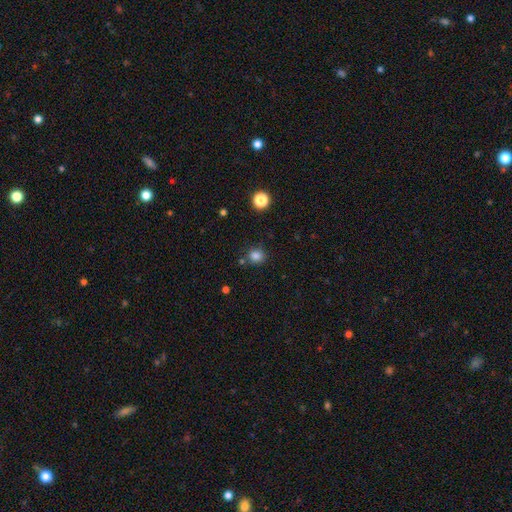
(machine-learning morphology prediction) Q: Smooth or featured?
A: smooth (83%); runner-up: star or artifact (13%)
Q: How rounded?
A: round (83%); runner-up: in between (16%)
Q: Merging?
A: none (80%); runner-up: minor disturbance (11%)